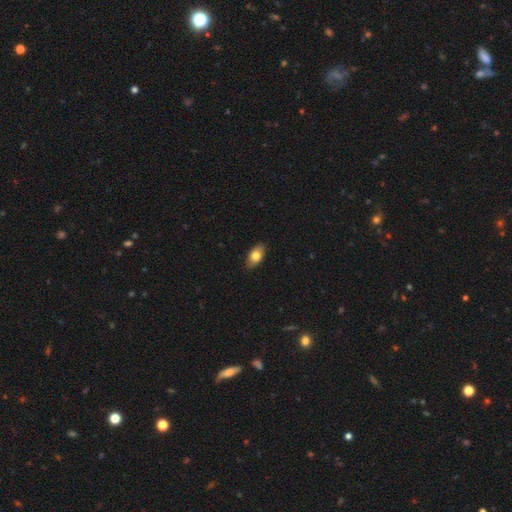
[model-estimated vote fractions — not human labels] Smooth or featured?
  - smooth: 79% *
  - featured or disk: 14%
  - star or artifact: 7%
How rounded?
  - in between: 91% *
  - round: 6%
  - cigar-shaped: 4%
Merging?
  - none: 87% *
  - minor disturbance: 10%
  - major disturbance: 2%
  - merger: 1%